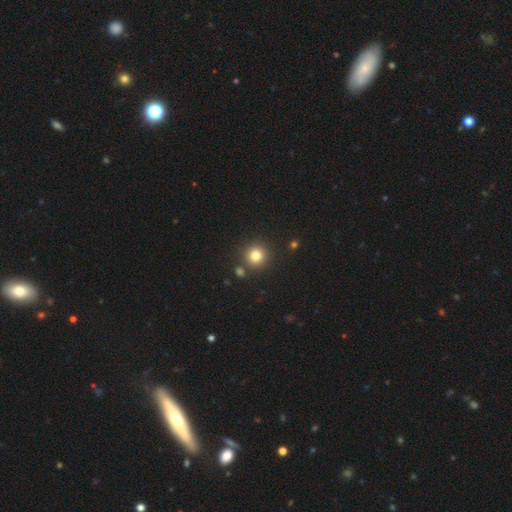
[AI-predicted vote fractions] Smooth or featured? Predicted: smooth (p=0.81). How rounded? Predicted: round (p=0.94). Merging? Predicted: none (p=0.85).